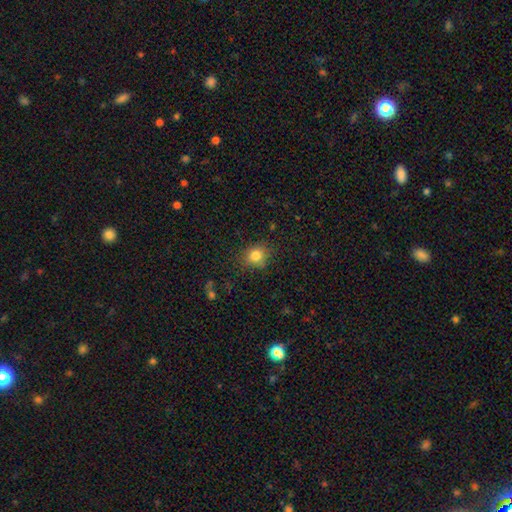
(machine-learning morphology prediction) smooth_or_featured: smooth (p=0.82) [alt: star or artifact p=0.12]
how_rounded: round (p=0.72) [alt: in between p=0.27]
merging: none (p=0.80) [alt: minor disturbance p=0.14]